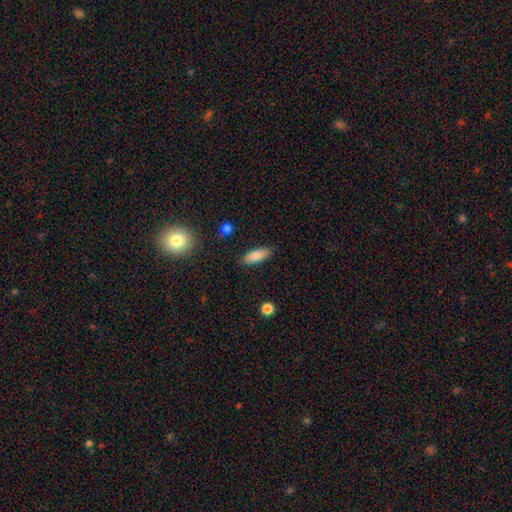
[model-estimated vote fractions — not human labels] Smooth or featured? smooth (82%)
How rounded? in between (73%)
Merging? none (85%)